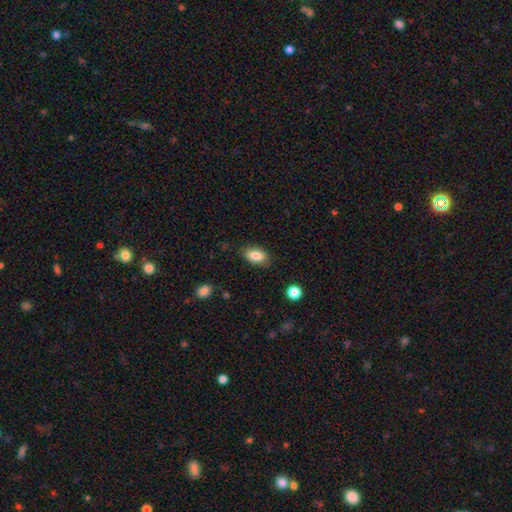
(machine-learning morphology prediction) Q: Smooth or featured?
A: smooth (83%); runner-up: featured or disk (9%)
Q: How rounded?
A: in between (89%); runner-up: round (7%)
Q: Merging?
A: none (83%); runner-up: minor disturbance (13%)